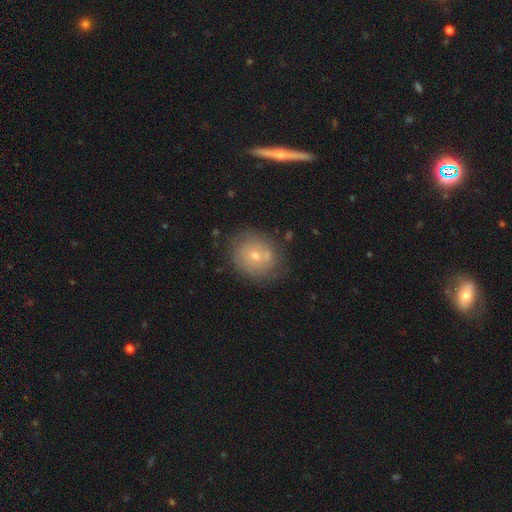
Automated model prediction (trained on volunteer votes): Smooth or featured?
  - smooth: 51% *
  - featured or disk: 37%
  - star or artifact: 11%
How rounded?
  - round: 73% *
  - in between: 25%
  - cigar-shaped: 1%
Merging?
  - none: 70% *
  - minor disturbance: 17%
  - merger: 8%
  - major disturbance: 5%